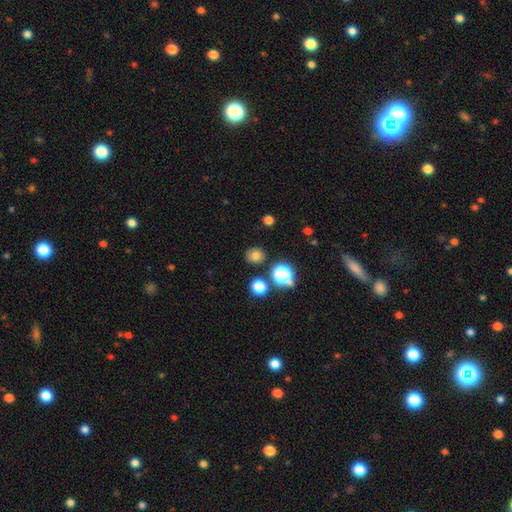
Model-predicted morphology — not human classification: This is likely a smooth galaxy (73%). How rounded: clearly round (84%). Merging: clearly none (85%).